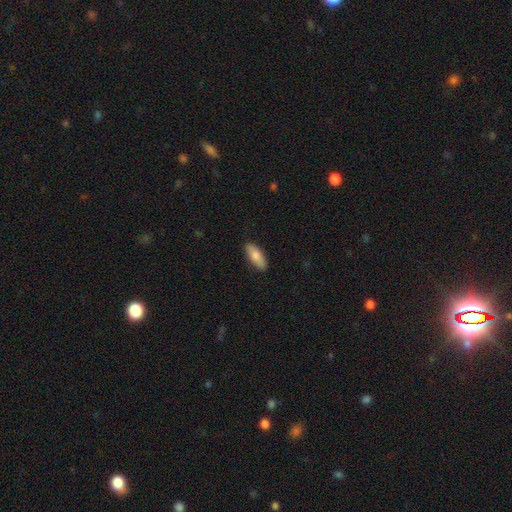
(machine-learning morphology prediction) smooth 79%, featured or disk 15%, star or artifact 6%. Down the decision tree: how rounded — in between (74%); merging — none (87%).